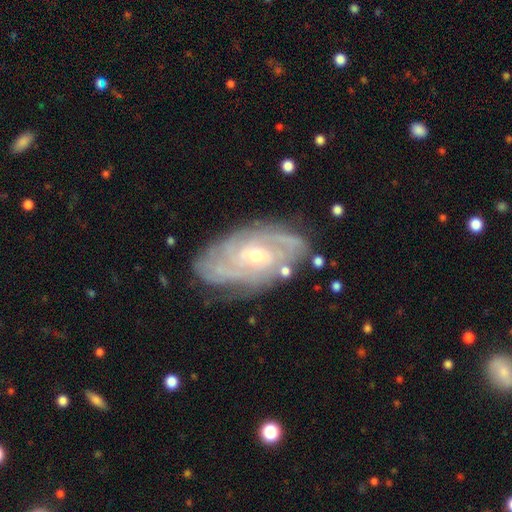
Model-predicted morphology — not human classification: A featured or disk galaxy (85%) with no bar (58%), tight (70%) spiral arms (94%) and a small central bulge (53%).

Vote fractions:
- Smooth or featured? featured or disk: 85% / smooth: 9% / star or artifact: 6%
- Edge-on disk? no: 94% / yes: 6%
- Bar? no: 58% / weak: 33% / strong: 9%
- Spiral arms? yes: 94% / no: 6%
- Spiral winding? tight: 70% / medium: 24% / loose: 6%
- Spiral arm count? can't tell: 38% / 2: 18% / 3: 18% / 4: 14% / more than 4: 7% / 1: 5%
- Bulge size? small: 53% / moderate: 44% / large: 1% / none: 1% / dominant: 1%
- Merging? none: 76% / minor disturbance: 17% / major disturbance: 5% / merger: 2%